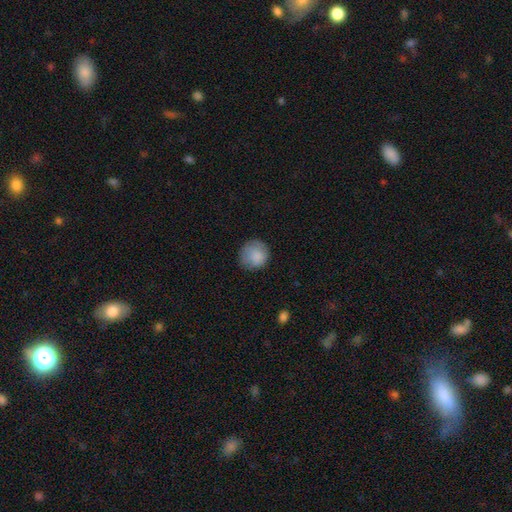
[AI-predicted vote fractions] smooth-or-featured: smooth: 86% | star or artifact: 7% | featured or disk: 7%
  how-rounded: round: 89% | in between: 10% | cigar-shaped: 1%
  merging: none: 77% | minor disturbance: 17% | major disturbance: 4% | merger: 1%